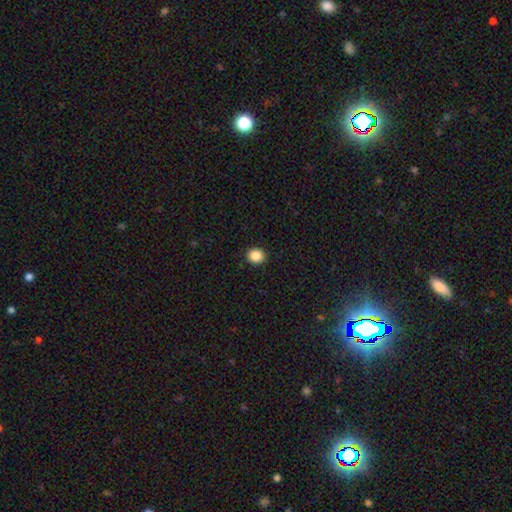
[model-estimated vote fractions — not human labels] Smooth or featured?
  - smooth: 87% *
  - star or artifact: 10%
  - featured or disk: 3%
How rounded?
  - round: 79% *
  - in between: 20%
  - cigar-shaped: 1%
Merging?
  - none: 92% *
  - minor disturbance: 5%
  - major disturbance: 2%
  - merger: 1%